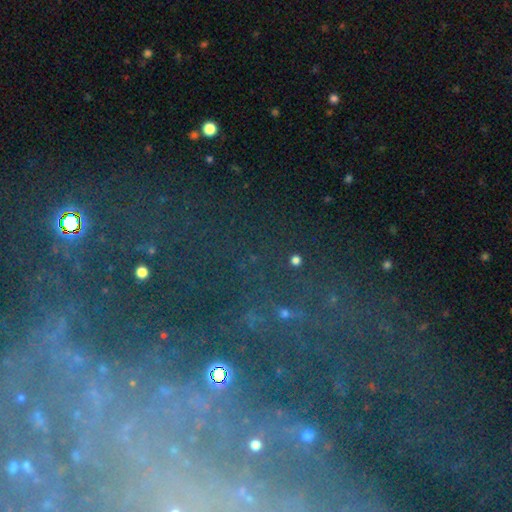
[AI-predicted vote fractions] smooth_or_featured: star or artifact (p=0.51) [alt: featured or disk p=0.32]